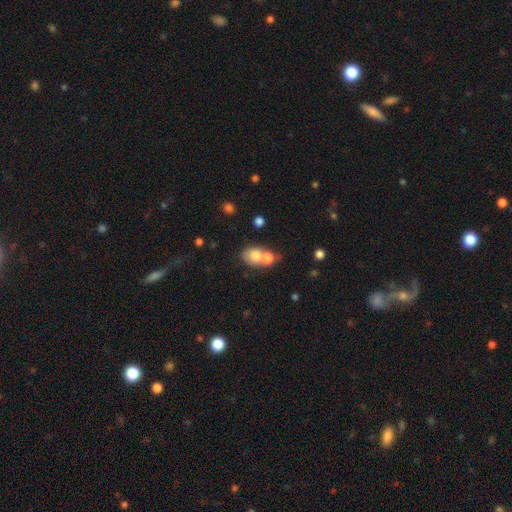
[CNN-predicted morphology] smooth-or-featured: smooth: 74% | featured or disk: 16% | star or artifact: 10%
  how-rounded: in between: 53% | round: 46% | cigar-shaped: 1%
  merging: merger: 62% | none: 26% | minor disturbance: 8% | major disturbance: 5%